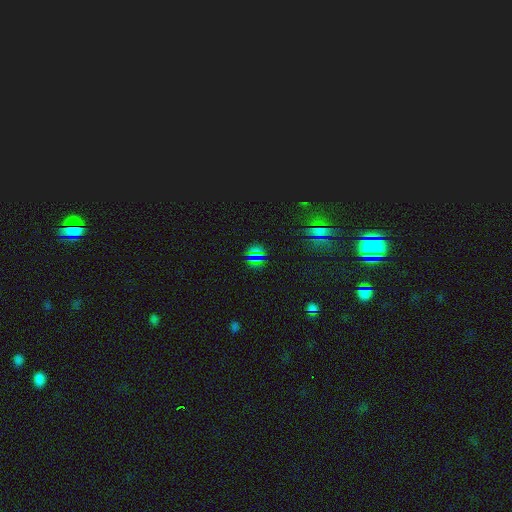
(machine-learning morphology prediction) Overall: star or artifact (60%; smooth 31%).